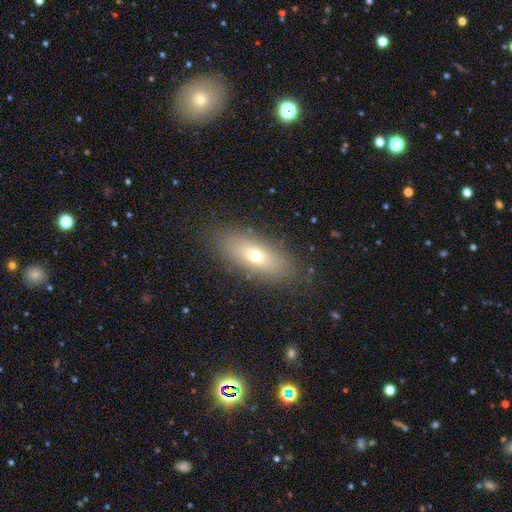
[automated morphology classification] A smooth galaxy with no disk features (62%) that is in between round and cigar-shaped (66%). Merging: none (85%).